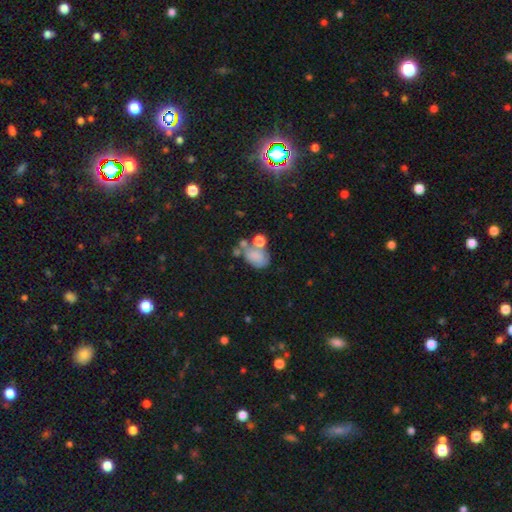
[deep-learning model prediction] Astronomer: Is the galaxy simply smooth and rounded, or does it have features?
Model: smooth — 65%.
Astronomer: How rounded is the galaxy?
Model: in between — 75%.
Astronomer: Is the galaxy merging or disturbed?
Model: merger — 35% (runner-up: none, 29%).